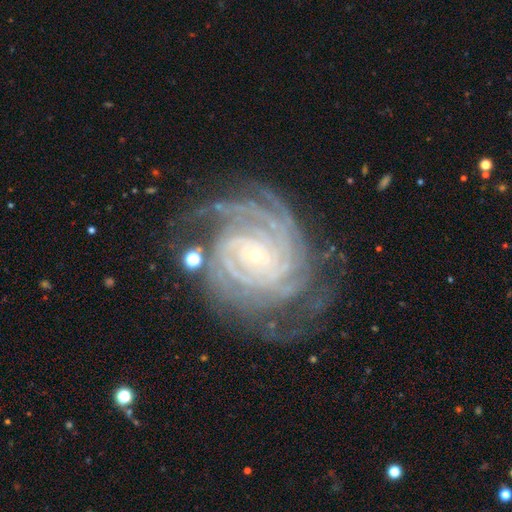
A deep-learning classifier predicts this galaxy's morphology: The model was most divided on "spiral arm count": 4: 29%, more than 4: 21%, can't tell: 17%, 3: 15%, 2: 11%, 1: 7%. More confident: spiral arms — yes (98%); edge-on disk — no (97%); smooth or featured — featured or disk (91%); bulge size — small (87%); spiral winding — tight (82%); bar — no (70%); merging — none (68%).